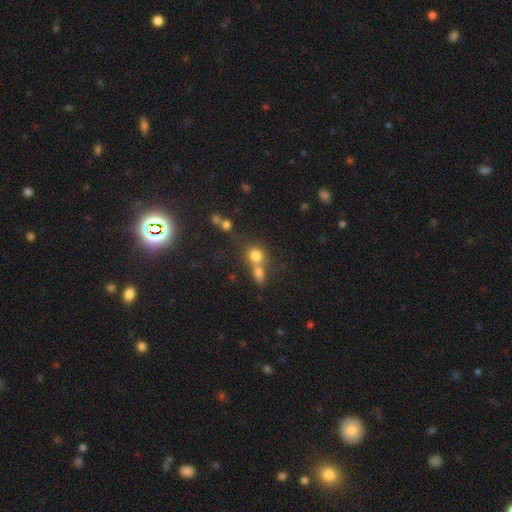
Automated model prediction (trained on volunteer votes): Smooth or featured? Predicted: smooth (p=0.74). How rounded? Predicted: round (p=0.76). Merging? Predicted: merger (p=0.52).